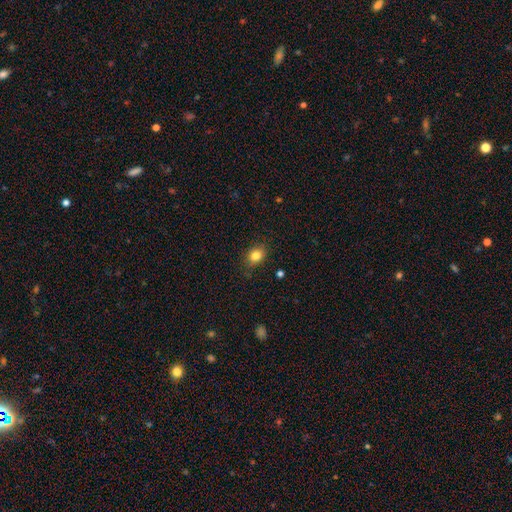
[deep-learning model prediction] This is clearly a smooth galaxy (83%). How rounded: possibly in between (60%). Merging: clearly none (83%).